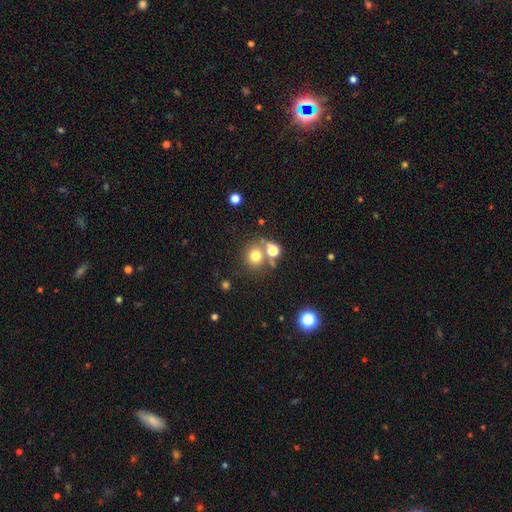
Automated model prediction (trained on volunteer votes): smooth-or-featured: smooth: 74% | star or artifact: 15% | featured or disk: 11%
  how-rounded: round: 85% | in between: 14% | cigar-shaped: 1%
  merging: none: 59% | merger: 27% | minor disturbance: 10% | major disturbance: 5%